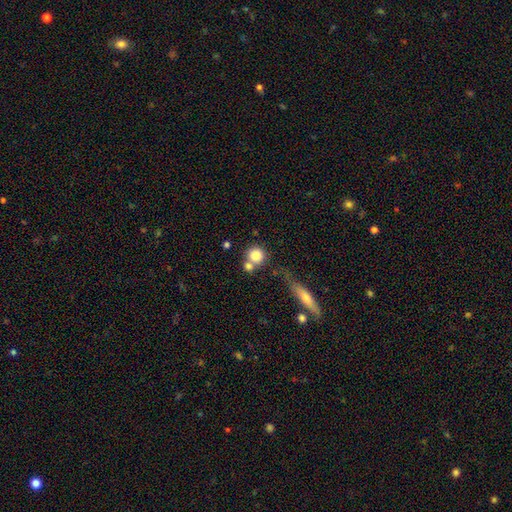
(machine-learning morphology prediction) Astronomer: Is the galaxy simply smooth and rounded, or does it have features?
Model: smooth — 81%.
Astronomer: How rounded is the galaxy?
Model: round — 90%.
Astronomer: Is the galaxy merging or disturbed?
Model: none — 50% (runner-up: merger, 35%).